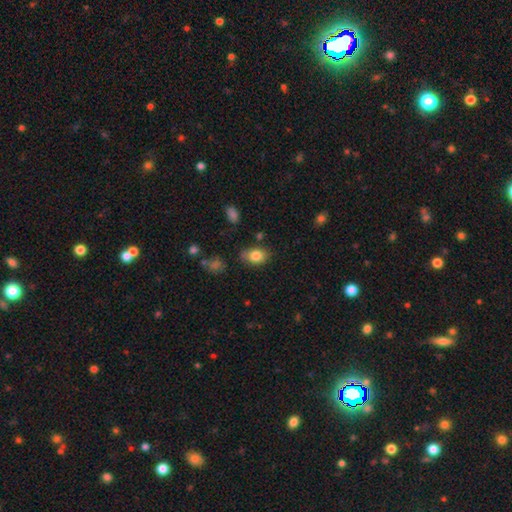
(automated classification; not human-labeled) Smooth or featured? smooth (83%)
How rounded? in between (77%)
Merging? none (73%)